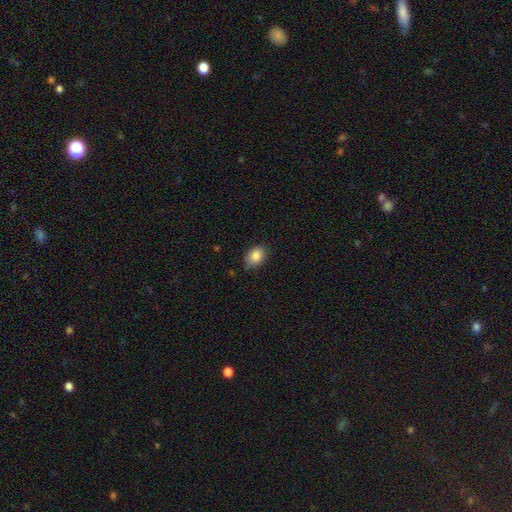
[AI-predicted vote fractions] smooth-or-featured: smooth: 86% | star or artifact: 8% | featured or disk: 5%
  how-rounded: in between: 76% | round: 23% | cigar-shaped: 1%
  merging: none: 80% | minor disturbance: 16% | major disturbance: 3% | merger: 1%